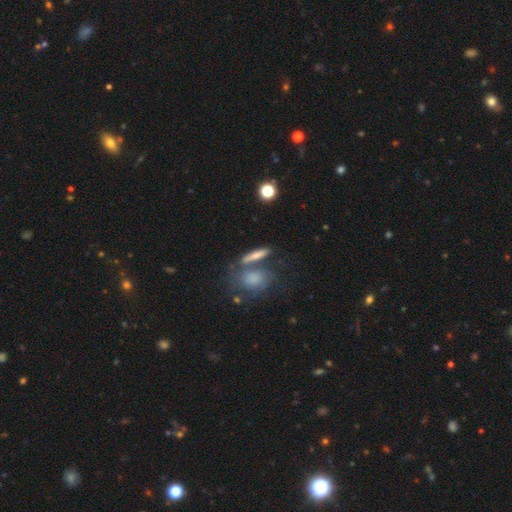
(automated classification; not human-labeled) The model was most divided on "how rounded": cigar-shaped: 49%, in between: 38%, round: 13%. More confident: smooth or featured — smooth (60%); merging — none (55%).